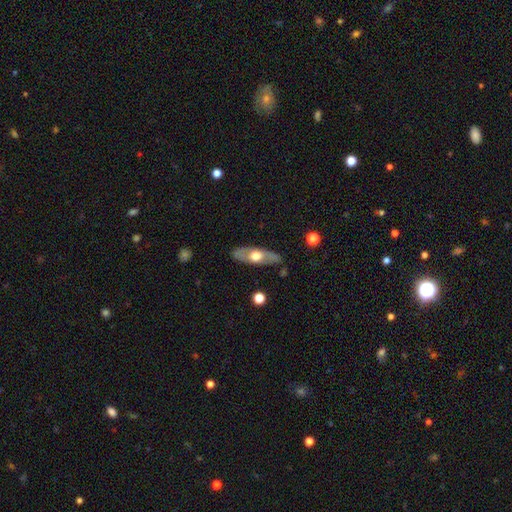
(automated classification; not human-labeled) smooth_or_featured: featured or disk (p=0.52) [alt: smooth p=0.43]
disk_edge_on: no (p=0.52) [alt: yes p=0.48]
merging: none (p=0.83) [alt: minor disturbance p=0.13]